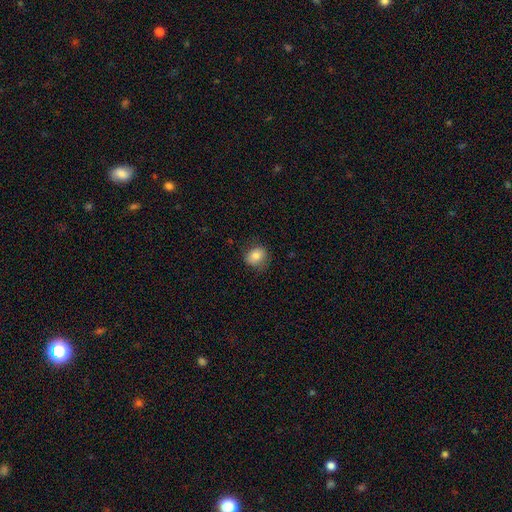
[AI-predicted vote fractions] smooth-or-featured: smooth: 82% | star or artifact: 9% | featured or disk: 9%
  how-rounded: round: 56% | in between: 43% | cigar-shaped: 1%
  merging: none: 76% | minor disturbance: 18% | major disturbance: 5% | merger: 1%